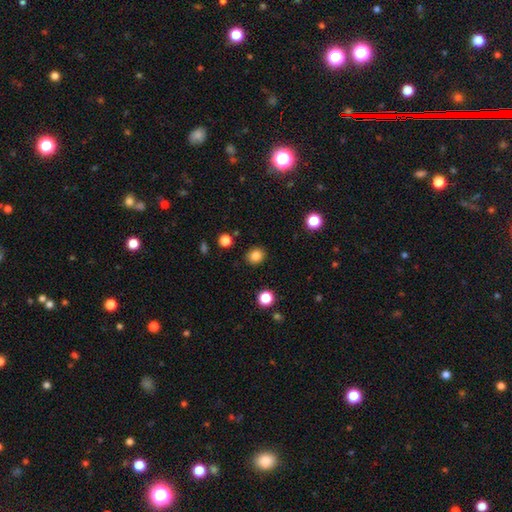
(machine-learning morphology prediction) Smooth or featured? smooth (84%)
How rounded? round (74%)
Merging? none (89%)